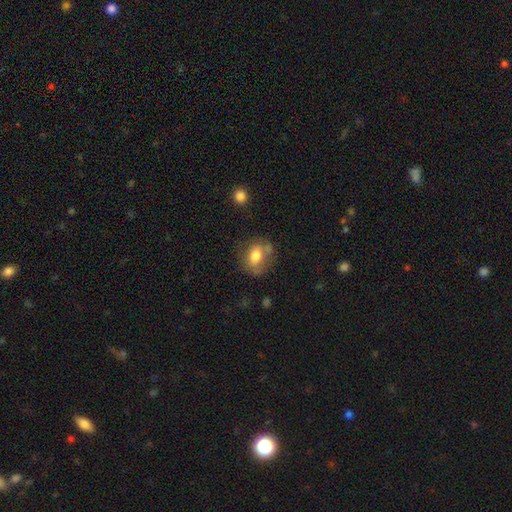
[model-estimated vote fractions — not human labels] The model was most divided on "how rounded": in between: 59%, round: 39%, cigar-shaped: 2%. More confident: smooth or featured — smooth (68%); merging — none (57%).